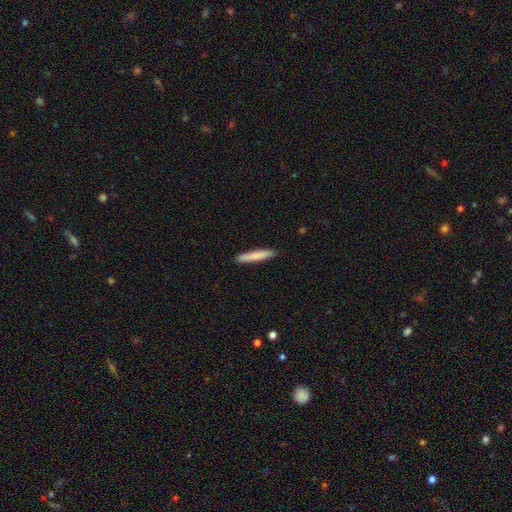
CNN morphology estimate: Smooth or featured? smooth (79%)
How rounded? cigar-shaped (94%)
Merging? none (91%)